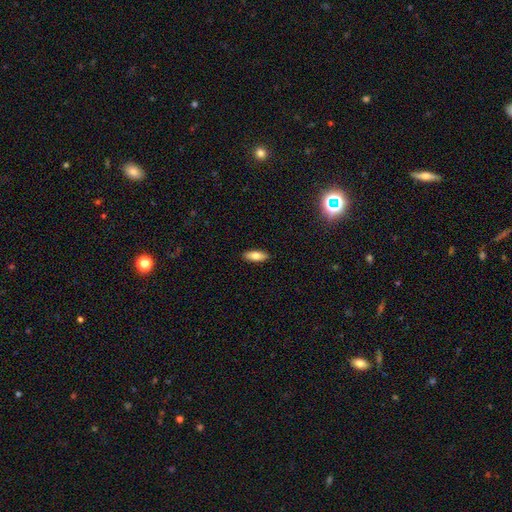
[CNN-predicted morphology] Smooth or featured: smooth — 78% (featured or disk — 15%)
How rounded: in between — 77% (cigar-shaped — 21%)
Merging: none — 90% (minor disturbance — 7%)